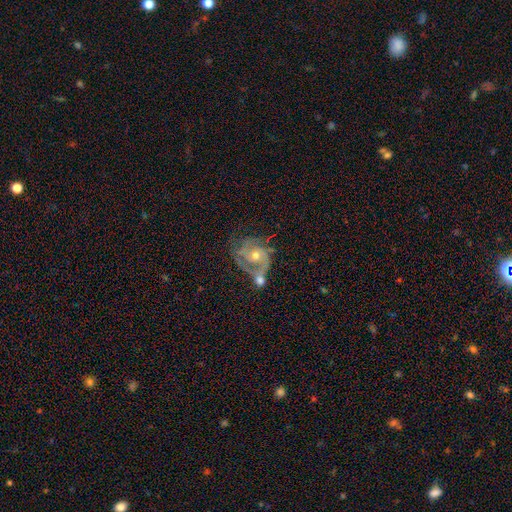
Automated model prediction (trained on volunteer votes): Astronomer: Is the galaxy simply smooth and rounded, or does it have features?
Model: featured or disk — 87%.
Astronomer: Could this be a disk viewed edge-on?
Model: no — 98%.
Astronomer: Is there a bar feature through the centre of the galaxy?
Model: no — 68%.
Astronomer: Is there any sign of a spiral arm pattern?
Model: yes — 96%.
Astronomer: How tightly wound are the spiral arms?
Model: tight — 50% (runner-up: medium, 41%).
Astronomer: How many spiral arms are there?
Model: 2 — 50%.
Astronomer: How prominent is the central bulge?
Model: moderate — 58% (runner-up: small, 38%).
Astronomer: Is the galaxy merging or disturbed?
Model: none — 39% (runner-up: merger, 28%).